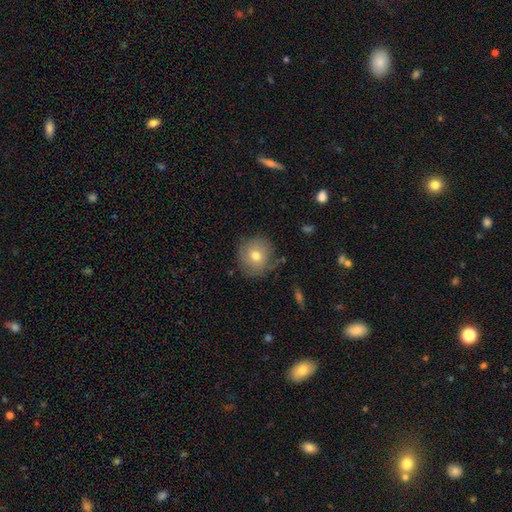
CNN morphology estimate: smooth 71%, featured or disk 18%, star or artifact 10%. Down the decision tree: how rounded — round (91%); merging — none (74%).